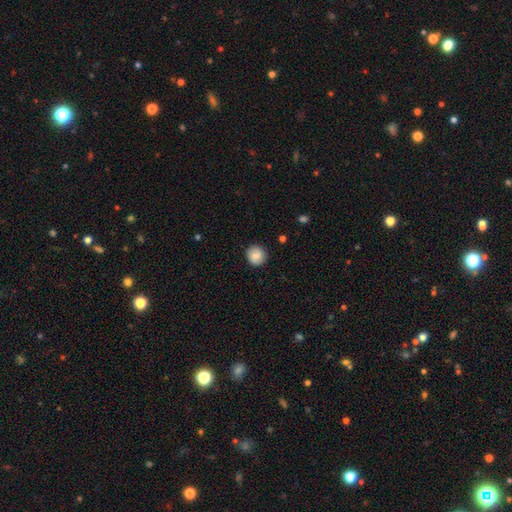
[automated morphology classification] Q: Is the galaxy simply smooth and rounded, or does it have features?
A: smooth — 84%.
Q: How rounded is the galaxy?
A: round — 91%.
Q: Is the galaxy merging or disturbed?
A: none — 89%.